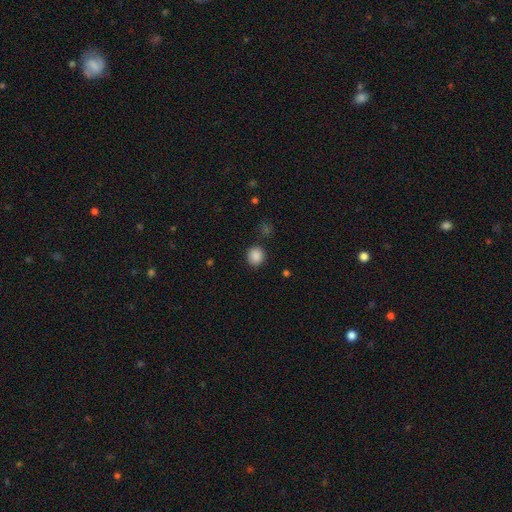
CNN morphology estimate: Smooth or featured? Predicted: smooth (p=0.88). How rounded? Predicted: round (p=0.84). Merging? Predicted: none (p=0.87).